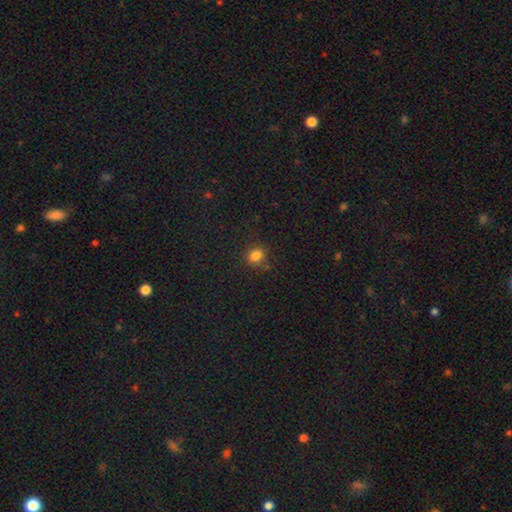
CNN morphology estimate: This appears to be a smooth galaxy with no disk features (80%) that is round (58%). Merging: none (77%).